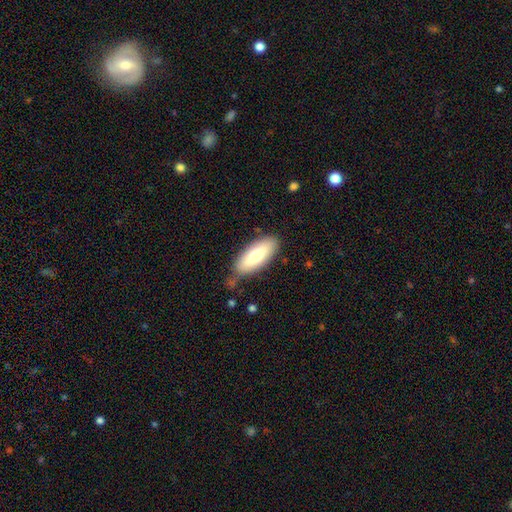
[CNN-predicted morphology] smooth-or-featured: smooth: 74% | featured or disk: 20% | star or artifact: 6%
  how-rounded: in between: 76% | cigar-shaped: 22% | round: 2%
  merging: none: 73% | minor disturbance: 19% | major disturbance: 5% | merger: 4%